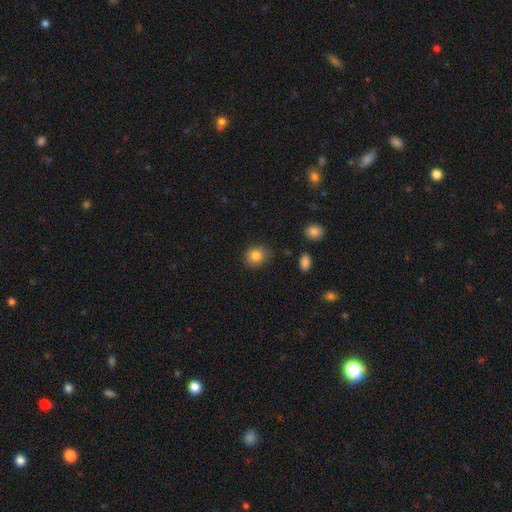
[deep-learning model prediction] A smooth galaxy with no disk features (83%) that is round (72%).

Vote fractions:
- Smooth or featured? smooth: 83% / star or artifact: 10% / featured or disk: 7%
- How rounded? round: 72% / in between: 27% / cigar-shaped: 1%
- Merging? none: 83% / minor disturbance: 13% / major disturbance: 3% / merger: 2%